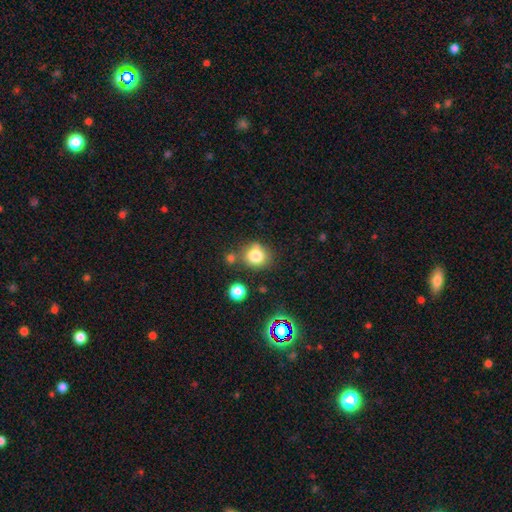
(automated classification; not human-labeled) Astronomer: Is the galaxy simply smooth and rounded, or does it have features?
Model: smooth — 80%.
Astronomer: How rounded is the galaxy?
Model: round — 78%.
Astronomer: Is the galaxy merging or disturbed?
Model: none — 66%.